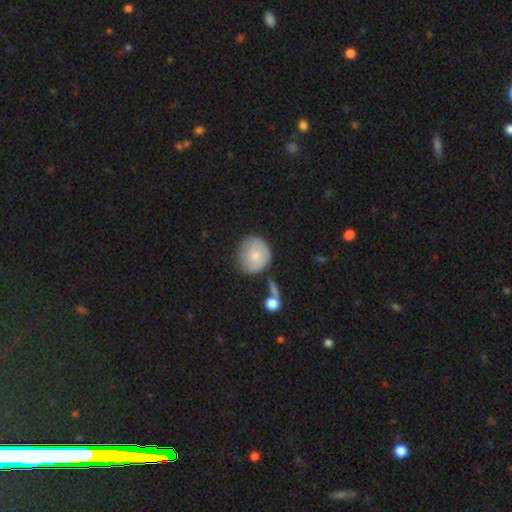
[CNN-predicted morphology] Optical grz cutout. It shows a smooth galaxy with no disk features (76%) that is round (82%). Merging: none (67%).